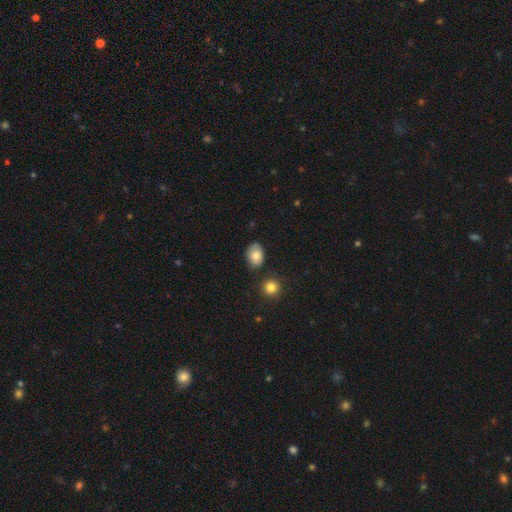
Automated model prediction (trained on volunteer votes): Smooth or featured: smooth — 80% (featured or disk — 12%)
How rounded: in between — 75% (round — 24%)
Merging: none — 75% (minor disturbance — 17%)